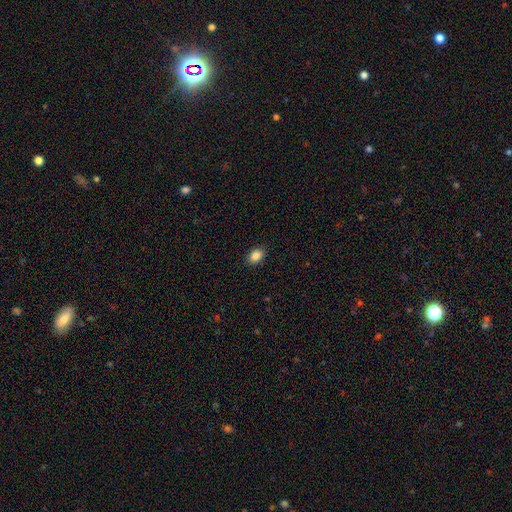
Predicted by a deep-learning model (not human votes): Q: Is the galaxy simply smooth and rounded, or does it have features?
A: smooth — 86%.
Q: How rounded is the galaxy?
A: in between — 81%.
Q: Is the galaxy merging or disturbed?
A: none — 89%.